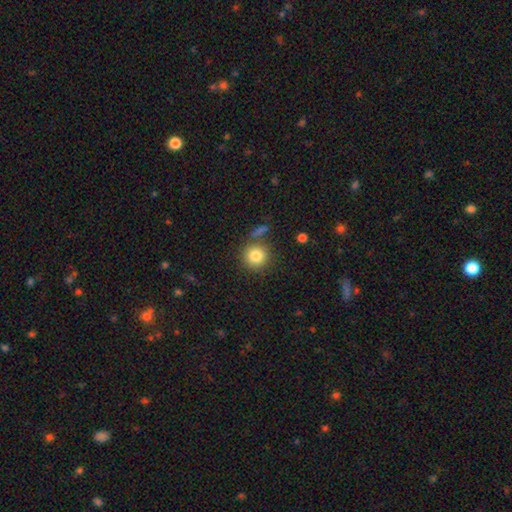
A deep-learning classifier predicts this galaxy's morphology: A smooth galaxy with no disk features (83%) that is round (92%).

Vote fractions:
- Smooth or featured? smooth: 83% / star or artifact: 10% / featured or disk: 7%
- How rounded? round: 92% / in between: 7% / cigar-shaped: 1%
- Merging? none: 78% / minor disturbance: 10% / merger: 8% / major disturbance: 4%